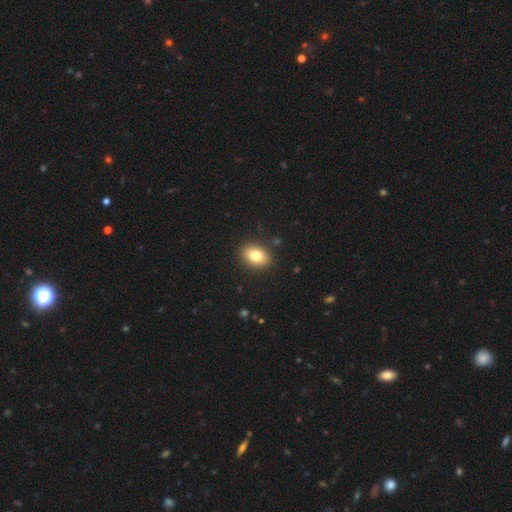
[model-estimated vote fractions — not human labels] smooth_or_featured: smooth (p=0.80) [alt: featured or disk p=0.11]
how_rounded: in between (p=0.77) [alt: round p=0.22]
merging: none (p=0.89) [alt: minor disturbance p=0.08]